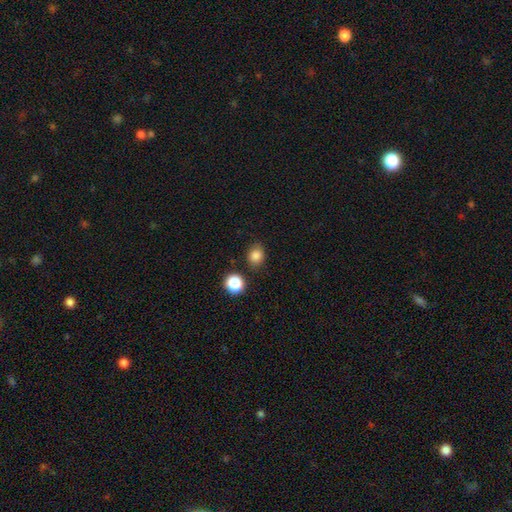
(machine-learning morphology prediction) A smooth galaxy with no disk features (83%) that is round (65%).

Vote fractions:
- Smooth or featured? smooth: 83% / star or artifact: 12% / featured or disk: 5%
- How rounded? round: 65% / in between: 34% / cigar-shaped: 1%
- Merging? none: 81% / minor disturbance: 12% / merger: 5% / major disturbance: 3%